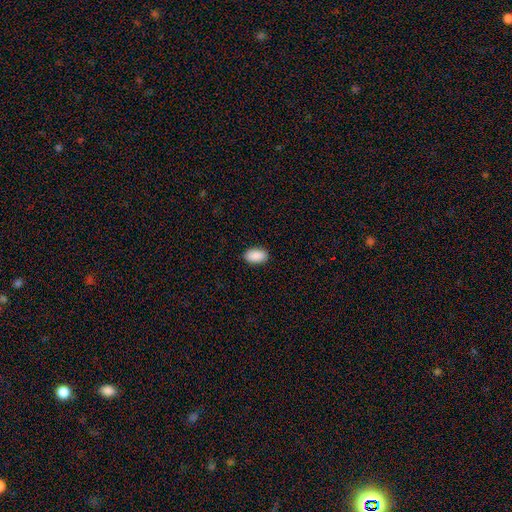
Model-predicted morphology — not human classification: Smooth or featured?
  - smooth: 91% *
  - star or artifact: 6%
  - featured or disk: 2%
How rounded?
  - in between: 94% *
  - round: 5%
  - cigar-shaped: 1%
Merging?
  - none: 90% *
  - minor disturbance: 7%
  - major disturbance: 2%
  - merger: 1%